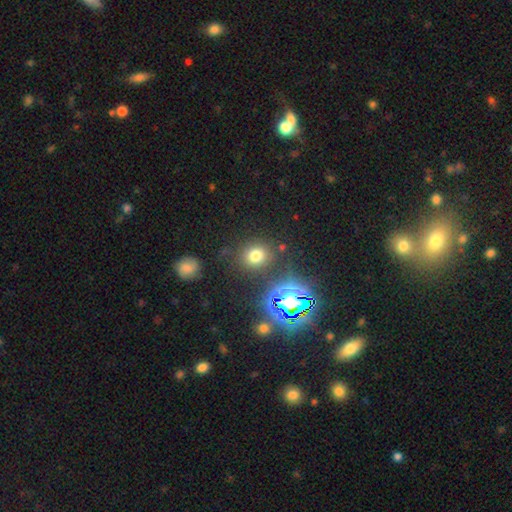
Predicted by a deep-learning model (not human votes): The model was most divided on "smooth or featured": smooth: 70%, star or artifact: 23%, featured or disk: 7%. More confident: merging — none (83%); how rounded — round (73%).